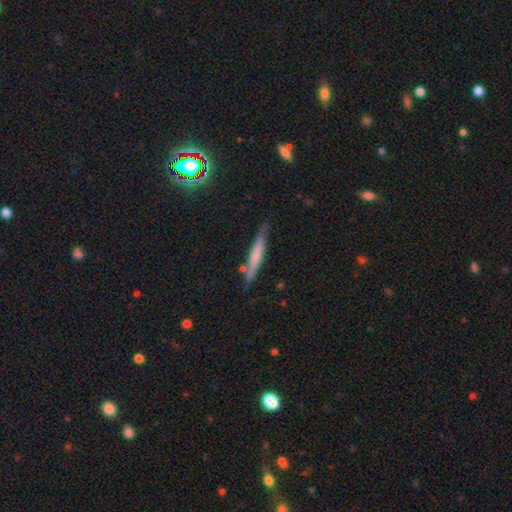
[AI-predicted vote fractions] Smooth or featured?
  - smooth: 54% *
  - featured or disk: 39%
  - star or artifact: 7%
How rounded?
  - cigar-shaped: 94% *
  - in between: 5%
  - round: 2%
Merging?
  - none: 77% *
  - minor disturbance: 15%
  - merger: 4%
  - major disturbance: 3%